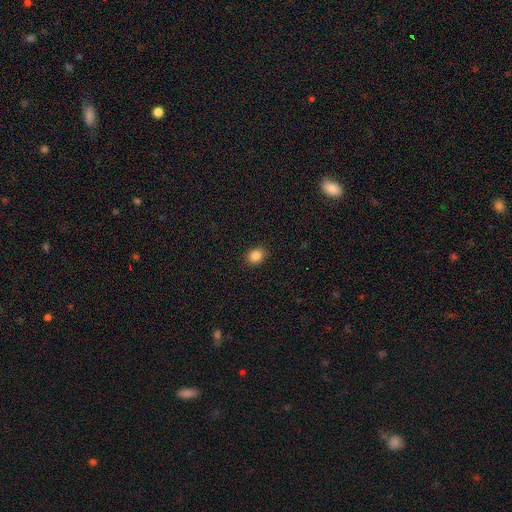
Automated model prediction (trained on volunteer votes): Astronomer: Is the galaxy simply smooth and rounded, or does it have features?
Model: smooth — 86%.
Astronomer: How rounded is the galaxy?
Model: in between — 50% (runner-up: round, 49%).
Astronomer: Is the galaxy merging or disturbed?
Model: none — 90%.